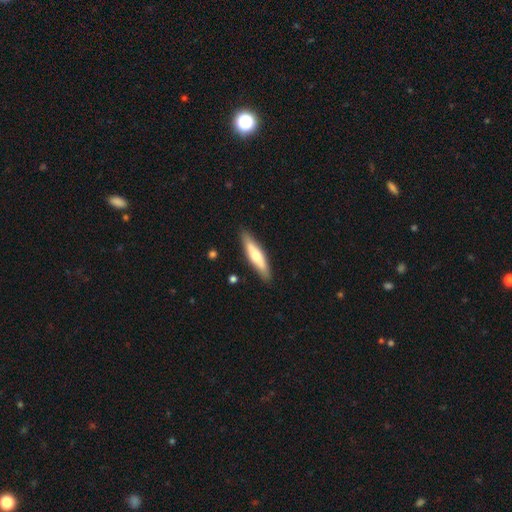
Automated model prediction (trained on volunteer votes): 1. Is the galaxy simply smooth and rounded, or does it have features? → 56% smooth, 39% featured or disk, 5% star or artifact.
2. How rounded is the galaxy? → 78% cigar-shaped, 21% in between, 2% round.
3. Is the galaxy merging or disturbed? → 88% none, 9% minor disturbance, 2% major disturbance, 1% merger.